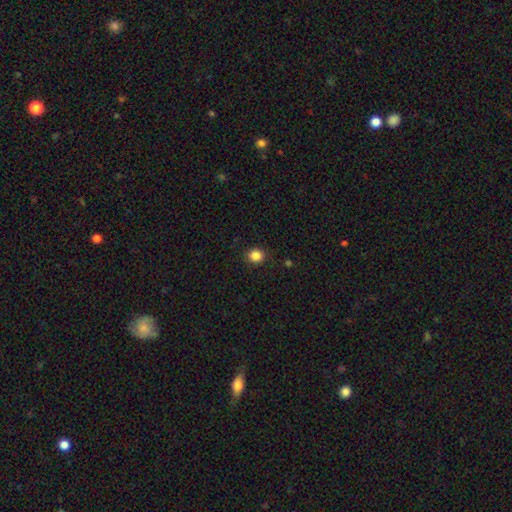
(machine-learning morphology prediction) Smooth or featured: smooth — 85% (star or artifact — 11%)
How rounded: round — 86% (in between — 13%)
Merging: none — 90% (minor disturbance — 7%)